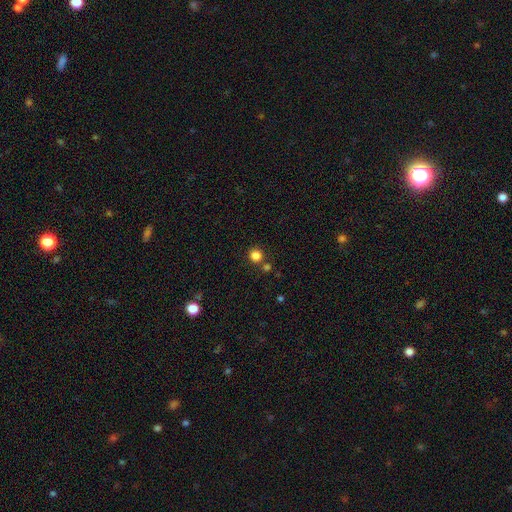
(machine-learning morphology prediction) smooth-or-featured: smooth: 83% | star or artifact: 13% | featured or disk: 4%
  how-rounded: round: 93% | in between: 6% | cigar-shaped: 1%
  merging: none: 78% | merger: 12% | minor disturbance: 7% | major disturbance: 3%